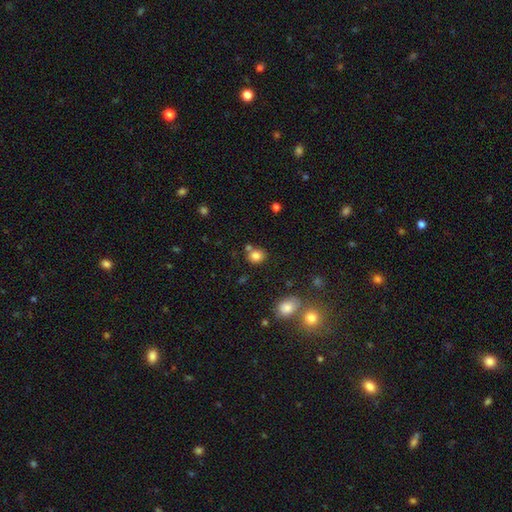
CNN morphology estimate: smooth-or-featured: smooth: 82% | star or artifact: 11% | featured or disk: 7%
  how-rounded: round: 73% | in between: 26% | cigar-shaped: 1%
  merging: none: 68% | merger: 16% | minor disturbance: 12% | major disturbance: 4%